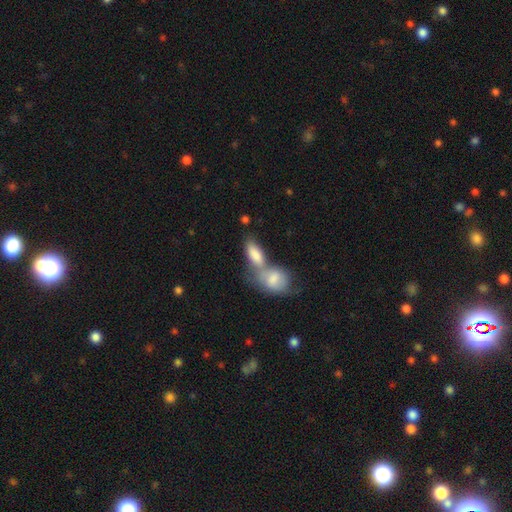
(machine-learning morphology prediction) type=smooth (79%); roundness=in between (85%); merging=merger (64%).